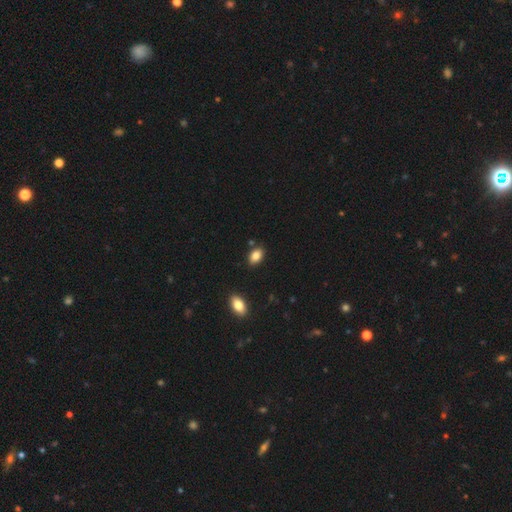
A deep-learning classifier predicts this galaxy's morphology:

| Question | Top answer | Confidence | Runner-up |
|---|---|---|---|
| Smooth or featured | smooth | 86% | star or artifact (8%) |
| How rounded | in between | 88% | round (10%) |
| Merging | none | 83% | minor disturbance (11%) |